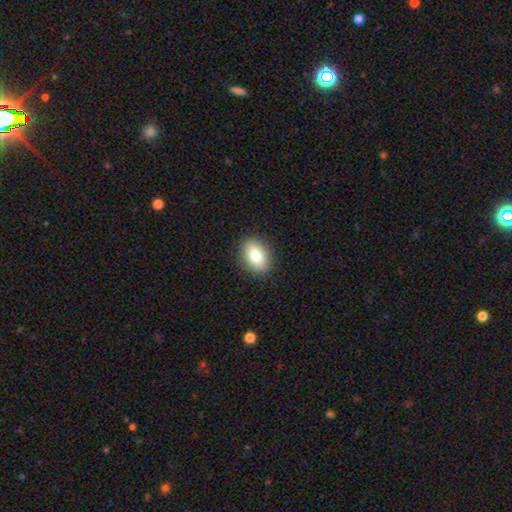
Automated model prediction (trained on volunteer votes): This appears to be a smooth galaxy with no disk features (81%) that is in between round and cigar-shaped (85%). Merging: none (89%).